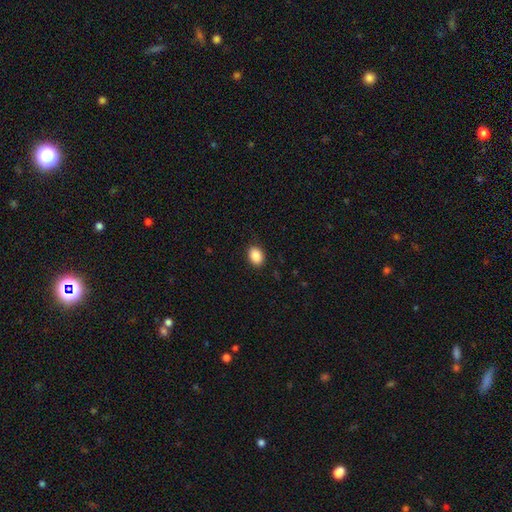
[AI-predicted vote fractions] Morphology: type=smooth (89%); roundness=in between (69%); merging=none (87%).